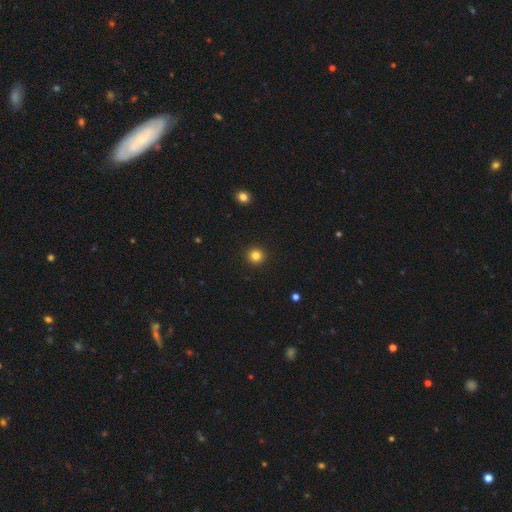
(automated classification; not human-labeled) A smooth galaxy with no disk features (83%) that is round (95%).

Vote fractions:
- Smooth or featured? smooth: 83% / star or artifact: 12% / featured or disk: 5%
- How rounded? round: 95% / in between: 4% / cigar-shaped: 1%
- Merging? none: 93% / minor disturbance: 4% / major disturbance: 2% / merger: 1%